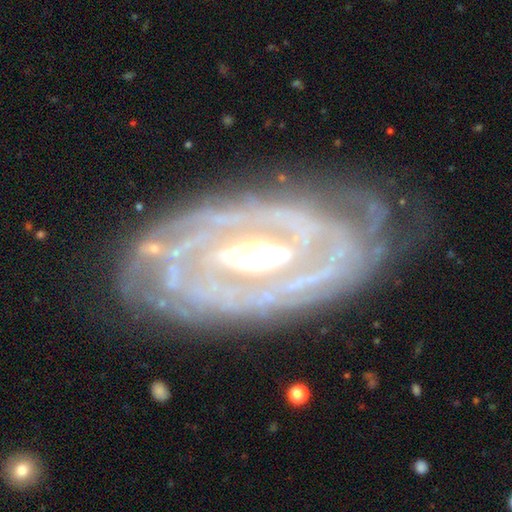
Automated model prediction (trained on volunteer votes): featured or disk 90%, smooth 5%, star or artifact 5%. Down the decision tree: edge-on disk — no (93%); bar — strong (41%); spiral arms — yes (94%); spiral arm count — 2 (29%, tied with can't tell); spiral winding — tight (81%); bulge size — moderate (68%); merging — none (79%).